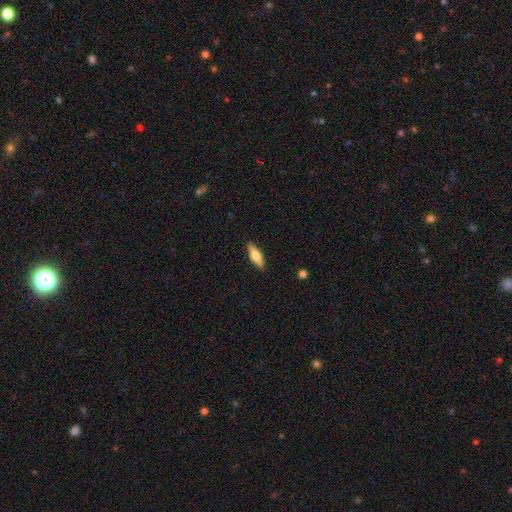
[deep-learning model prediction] A smooth galaxy with no disk features (60%) that is cigar-shaped (51%). Merging: none (89%).